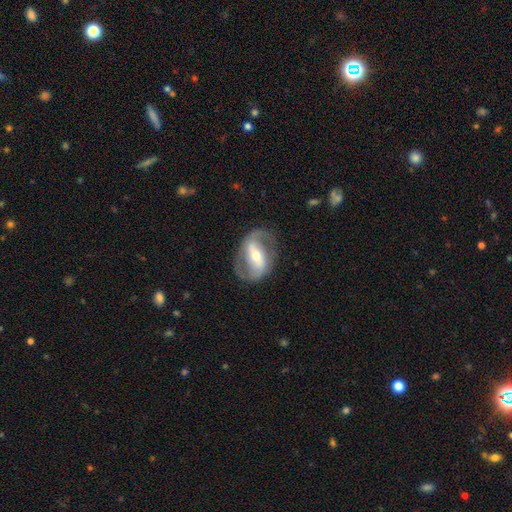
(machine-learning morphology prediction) Smooth or featured? Predicted: featured or disk (p=0.85). Edge-on disk? Predicted: no (p=0.96). Bar? Predicted: strong (p=0.55). Spiral arms? Predicted: yes (p=0.90). Spiral winding? Predicted: medium (p=0.50). Spiral arm count? Predicted: 2 (p=0.89). Bulge size? Predicted: moderate (p=0.53). Merging? Predicted: none (p=0.79).